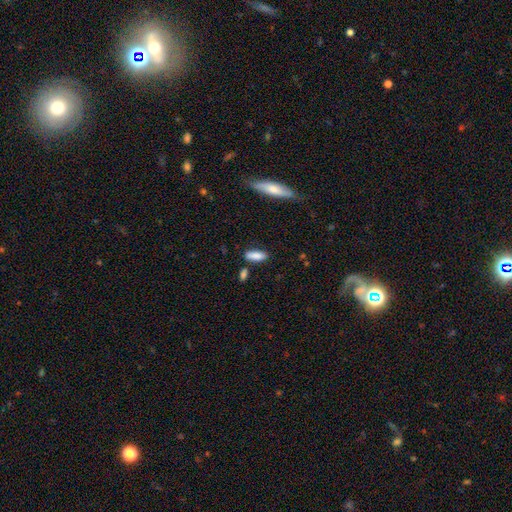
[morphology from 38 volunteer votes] type=smooth (92%); roundness=in between (60%); merging=none (82%).